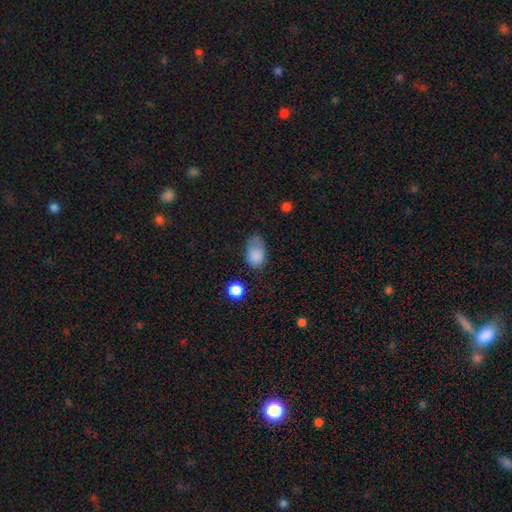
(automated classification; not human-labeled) A smooth galaxy with no disk features (83%) that is in between round and cigar-shaped (85%). Merging: none (48%).